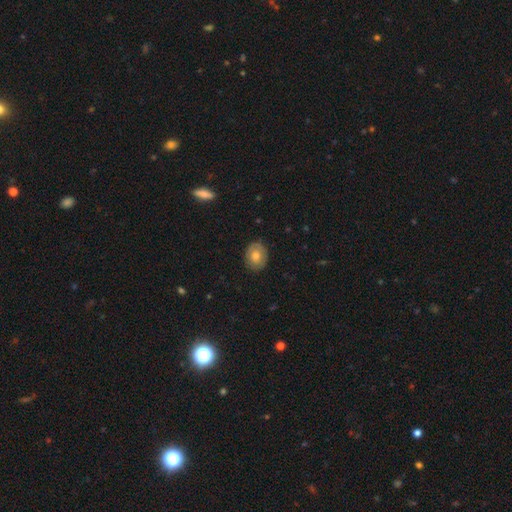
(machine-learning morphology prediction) Smooth or featured?
  - smooth: 65% *
  - featured or disk: 27%
  - star or artifact: 8%
How rounded?
  - in between: 51% *
  - round: 48%
  - cigar-shaped: 1%
Merging?
  - none: 85% *
  - minor disturbance: 12%
  - major disturbance: 3%
  - merger: 1%